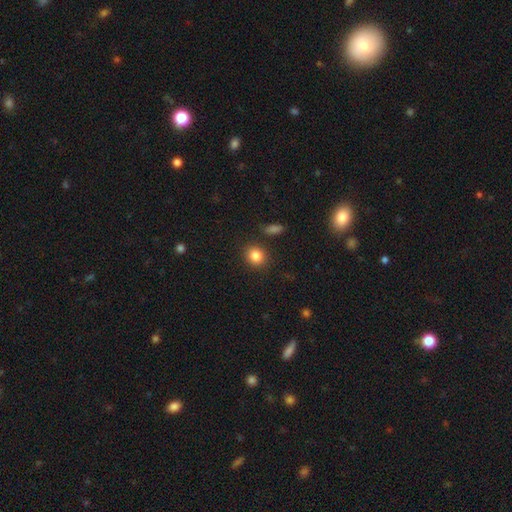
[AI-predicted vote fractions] A smooth galaxy with no disk features (85%) that is round (74%). Merging: none (87%).